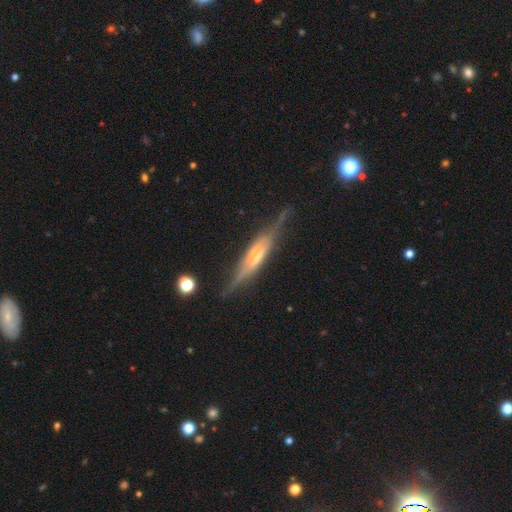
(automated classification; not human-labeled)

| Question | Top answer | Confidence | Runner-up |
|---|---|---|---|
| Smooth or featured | featured or disk | 77% | smooth (16%) |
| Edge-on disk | yes | 92% | no (8%) |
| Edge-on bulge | rounded | 59% | boxy (25%) |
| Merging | none | 70% | minor disturbance (21%) |